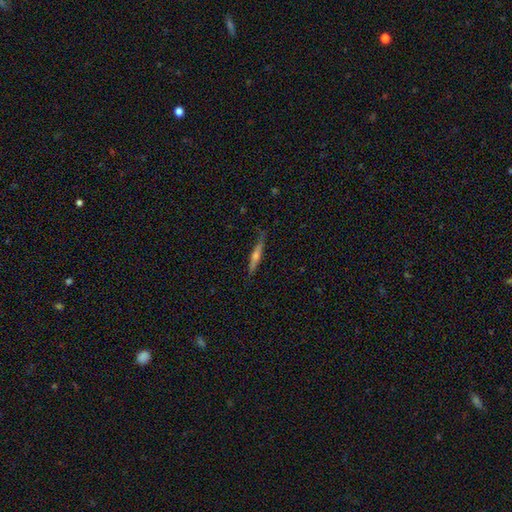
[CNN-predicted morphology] type=featured or disk (62%); edge-on=yes (96%); edge-on bulge=rounded (84%); merging=none (82%).